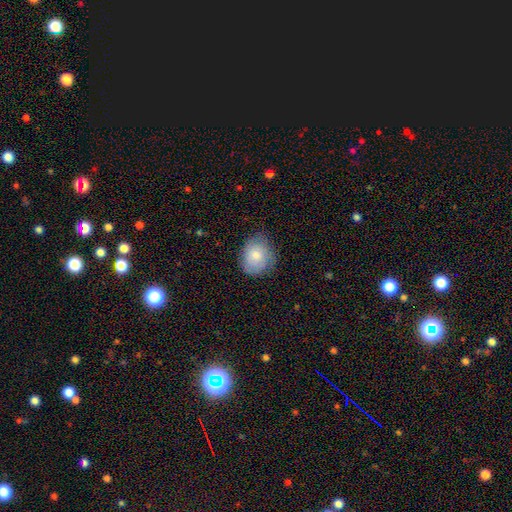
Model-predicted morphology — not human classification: A smooth galaxy with no disk features (76%) that is round (61%).

Vote fractions:
- Smooth or featured? smooth: 76% / featured or disk: 17% / star or artifact: 8%
- How rounded? round: 61% / in between: 38% / cigar-shaped: 1%
- Merging? none: 72% / minor disturbance: 22% / major disturbance: 5% / merger: 1%